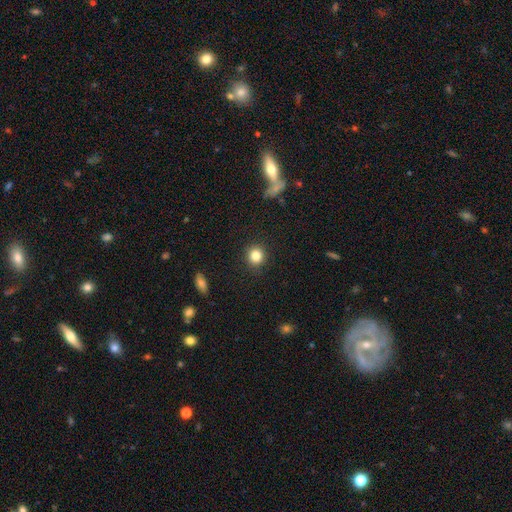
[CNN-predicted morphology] Q: Smooth or featured?
A: smooth (83%); runner-up: star or artifact (11%)
Q: How rounded?
A: round (89%); runner-up: in between (10%)
Q: Merging?
A: none (91%); runner-up: minor disturbance (6%)